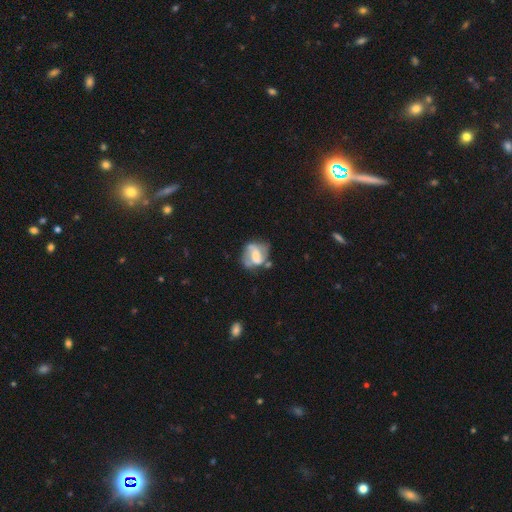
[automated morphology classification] Smooth or featured? featured or disk (65%)
Edge-on disk? no (97%)
Bar? weak (40%)
Spiral arms? yes (71%)
Bulge size? moderate (37%)
Merging? none (50%)